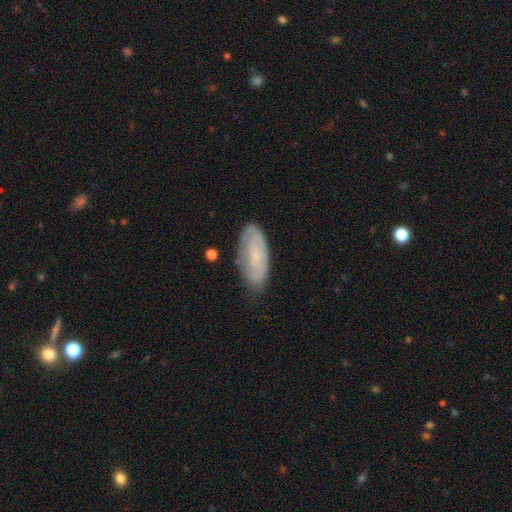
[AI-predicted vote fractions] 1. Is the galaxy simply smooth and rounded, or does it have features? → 54% smooth, 39% featured or disk, 8% star or artifact.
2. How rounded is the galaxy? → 81% in between, 17% cigar-shaped, 2% round.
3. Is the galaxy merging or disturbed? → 68% none, 23% minor disturbance, 6% major disturbance, 2% merger.